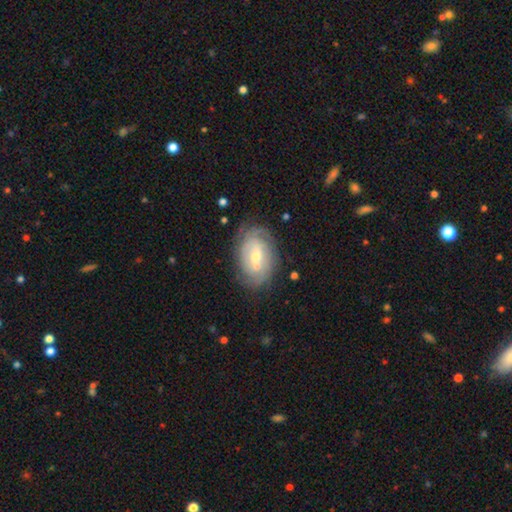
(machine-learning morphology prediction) featured or disk 70%, smooth 23%, star or artifact 7%. Down the decision tree: edge-on disk — no (94%); bar — weak (50%); spiral arms — yes (79%); spiral arm count — can't tell (43%); spiral winding — tight (62%); bulge size — moderate (53%); merging — none (68%).